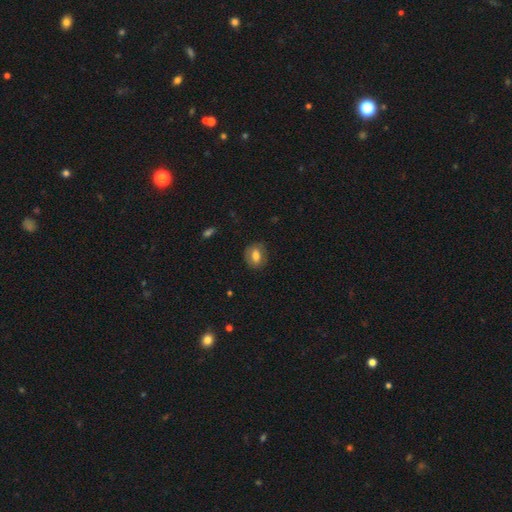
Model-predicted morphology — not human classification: Q: Smooth or featured?
A: smooth (68%); runner-up: featured or disk (24%)
Q: How rounded?
A: in between (55%); runner-up: round (44%)
Q: Merging?
A: none (80%); runner-up: minor disturbance (14%)